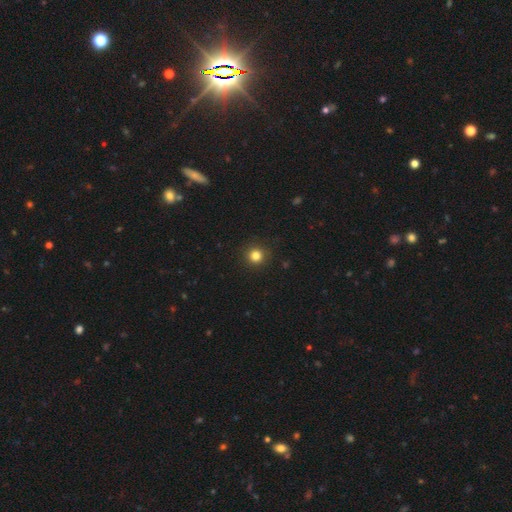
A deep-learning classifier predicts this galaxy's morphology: type=smooth (83%); roundness=round (94%); merging=none (91%).